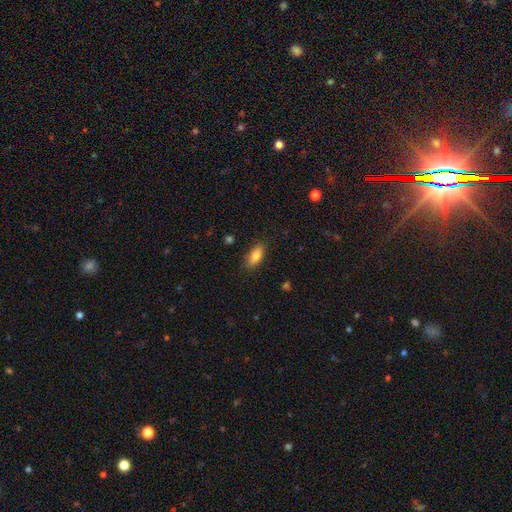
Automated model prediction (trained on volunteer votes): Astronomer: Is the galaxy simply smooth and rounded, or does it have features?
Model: smooth — 81%.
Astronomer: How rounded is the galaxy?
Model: in between — 85%.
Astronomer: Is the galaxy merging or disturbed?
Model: none — 85%.